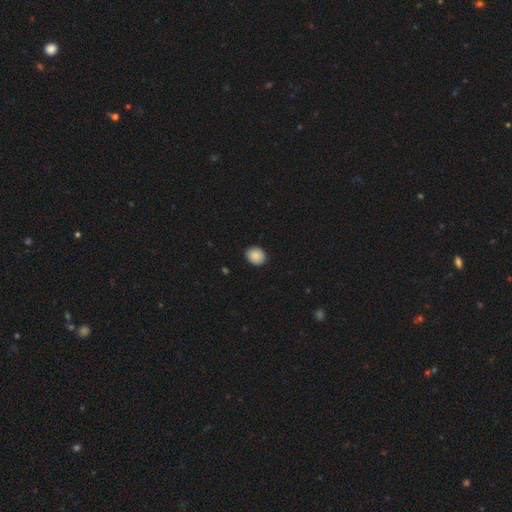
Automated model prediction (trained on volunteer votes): This appears to be a smooth galaxy with no disk features (89%) that is round (61%). Merging: none (89%).